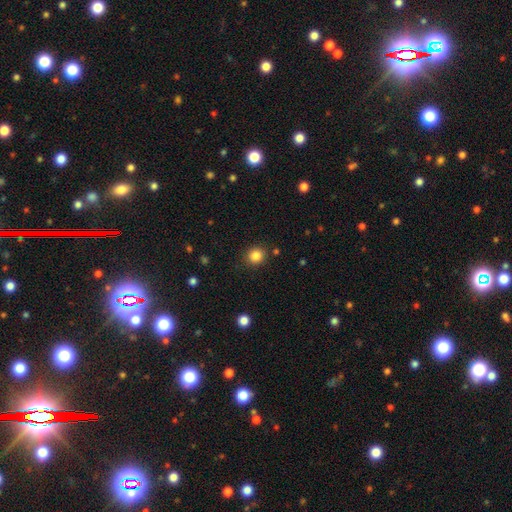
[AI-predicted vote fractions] smooth 84%, star or artifact 11%, featured or disk 4%. Down the decision tree: how rounded — round (84%); merging — none (88%).